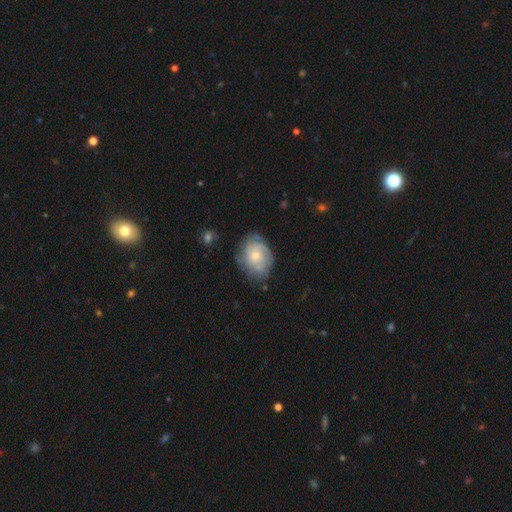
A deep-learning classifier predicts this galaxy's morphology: A featured or disk galaxy (68%) with no bar (75%), tight (54%) spiral arms (88%) and a small central bulge (56%).

Vote fractions:
- Smooth or featured? featured or disk: 68% / smooth: 25% / star or artifact: 7%
- Edge-on disk? no: 97% / yes: 3%
- Bar? no: 75% / weak: 22% / strong: 3%
- Spiral arms? yes: 88% / no: 12%
- Spiral winding? tight: 54% / medium: 34% / loose: 12%
- Spiral arm count? can't tell: 40% / 3: 21% / 2: 19% / 4: 10% / 1: 5% / more than 4: 5%
- Bulge size? small: 56% / moderate: 38% / large: 3% / none: 2% / dominant: 1%
- Merging? none: 68% / minor disturbance: 22% / major disturbance: 8% / merger: 2%